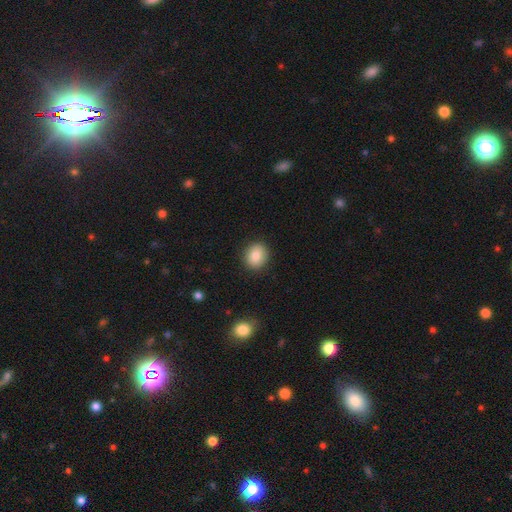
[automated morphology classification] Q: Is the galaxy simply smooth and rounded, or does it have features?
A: smooth — 83%.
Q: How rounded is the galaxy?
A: round — 74%.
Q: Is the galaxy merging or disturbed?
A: none — 89%.